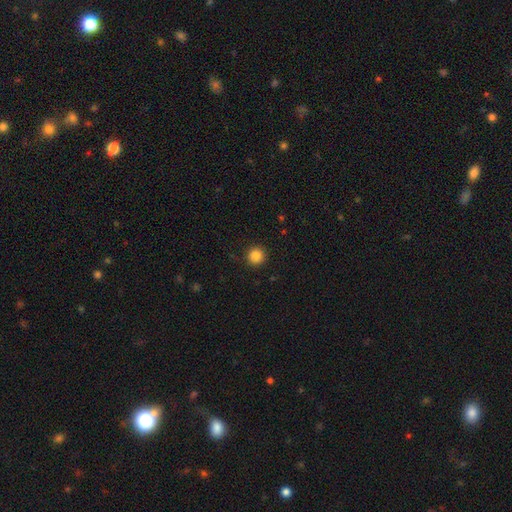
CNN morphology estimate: Smooth or featured? smooth (85%)
How rounded? round (95%)
Merging? none (92%)